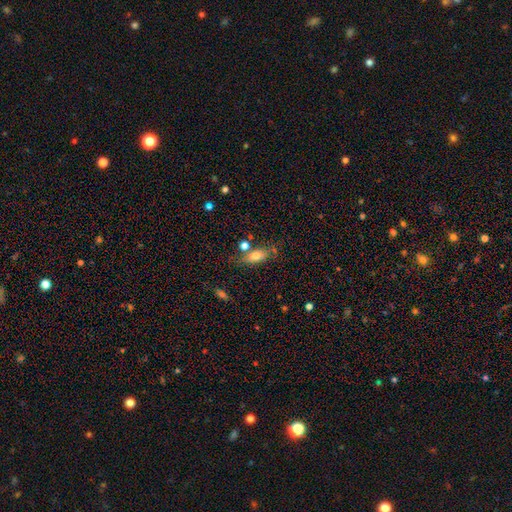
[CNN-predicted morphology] Smooth or featured?
  - smooth: 72% *
  - featured or disk: 19%
  - star or artifact: 9%
How rounded?
  - in between: 78% *
  - cigar-shaped: 17%
  - round: 5%
Merging?
  - none: 63% *
  - minor disturbance: 18%
  - merger: 13%
  - major disturbance: 6%